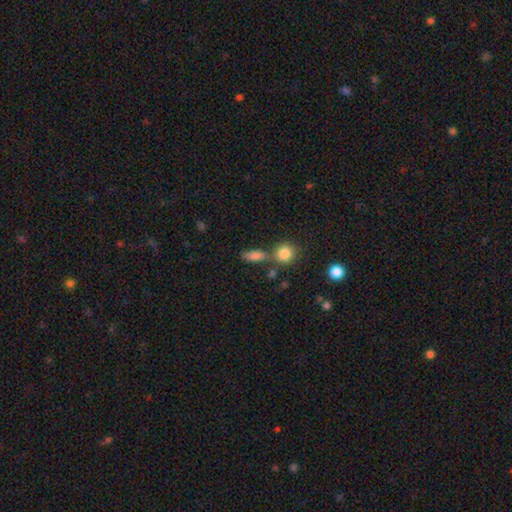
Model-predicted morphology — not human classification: A smooth galaxy with no disk features (73%) that is in between round and cigar-shaped (57%). Merging: none (64%).